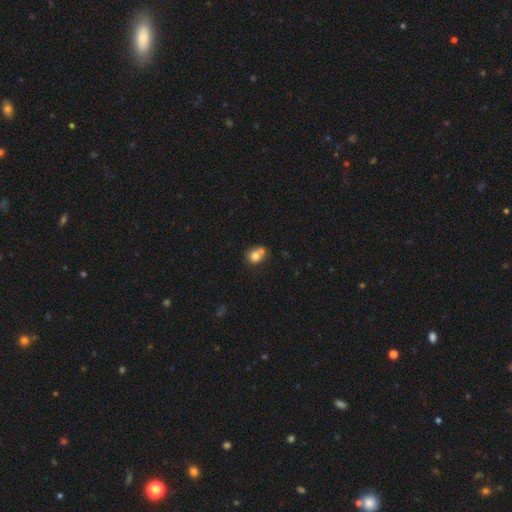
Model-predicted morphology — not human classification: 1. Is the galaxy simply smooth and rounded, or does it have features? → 76% smooth, 13% featured or disk, 11% star or artifact.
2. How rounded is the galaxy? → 66% round, 34% in between, 1% cigar-shaped.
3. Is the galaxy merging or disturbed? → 42% none, 35% merger, 17% minor disturbance, 6% major disturbance.